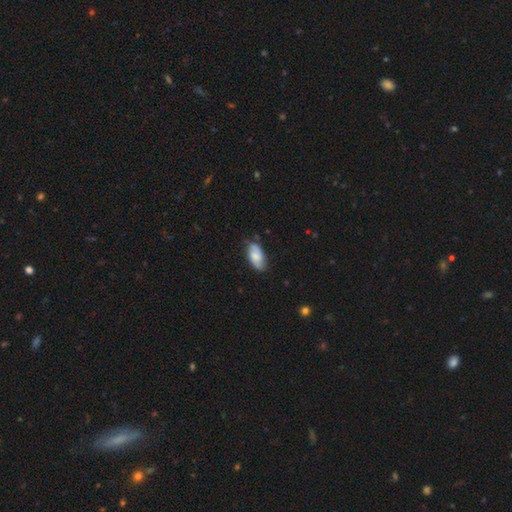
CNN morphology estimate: smooth_or_featured: smooth (p=0.64) [alt: featured or disk p=0.29]
how_rounded: in between (p=0.92) [alt: cigar-shaped p=0.05]
merging: none (p=0.69) [alt: minor disturbance p=0.24]